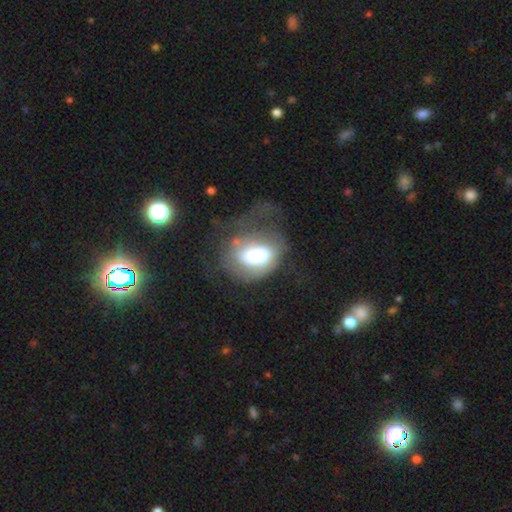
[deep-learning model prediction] smooth 49%, featured or disk 42%, star or artifact 10%. Down the decision tree: merging — major disturbance (53%).